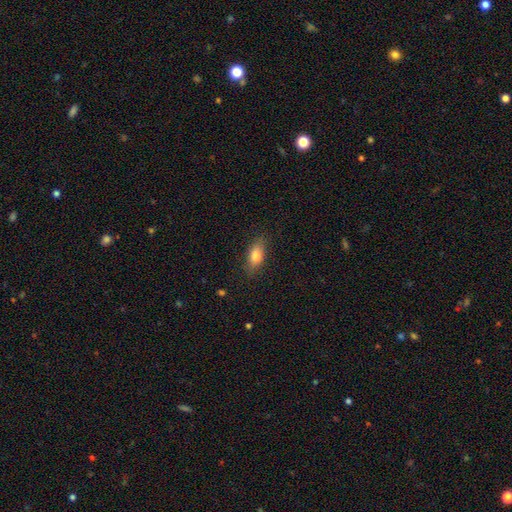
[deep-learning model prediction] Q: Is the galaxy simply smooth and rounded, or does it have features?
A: smooth — 78%.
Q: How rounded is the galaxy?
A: in between — 81%.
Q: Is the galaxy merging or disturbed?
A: none — 83%.